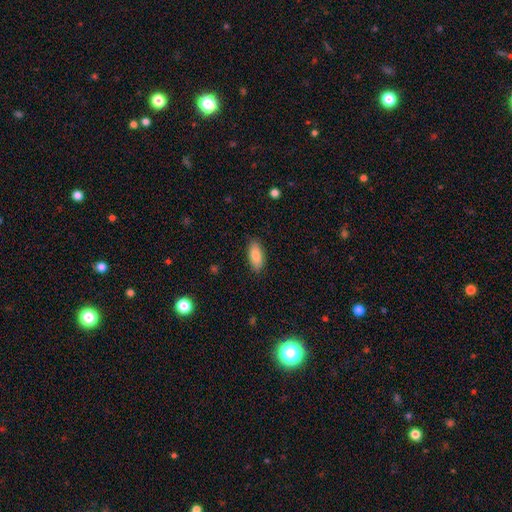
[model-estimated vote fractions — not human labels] A smooth galaxy with no disk features (84%) that is in between round and cigar-shaped (85%). Merging: none (86%).